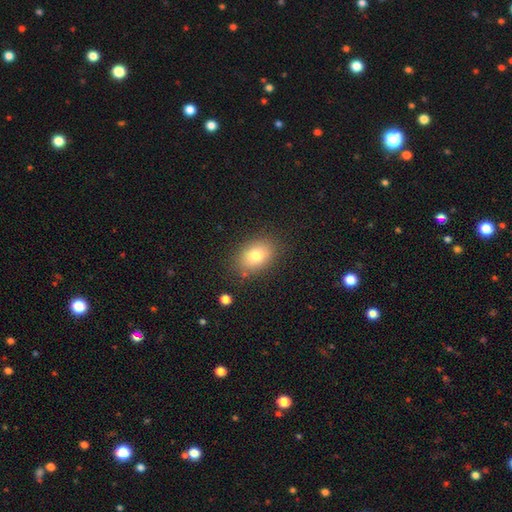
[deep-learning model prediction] This is likely a smooth galaxy (78%). How rounded: likely in between (75%). Merging: clearly none (84%).